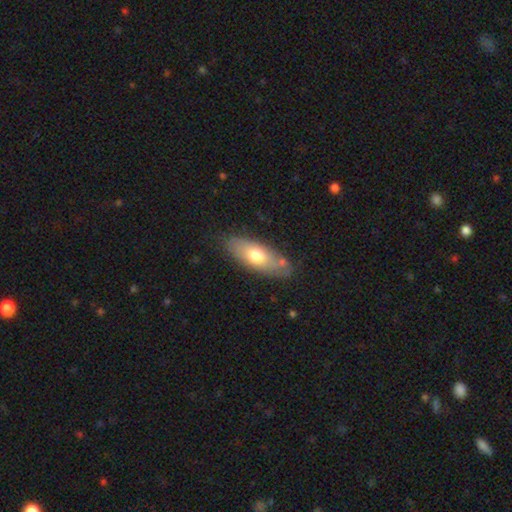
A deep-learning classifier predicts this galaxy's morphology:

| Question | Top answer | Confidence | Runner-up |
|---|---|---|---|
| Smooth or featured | smooth | 65% | featured or disk (29%) |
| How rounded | in between | 77% | cigar-shaped (20%) |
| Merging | none | 75% | minor disturbance (17%) |